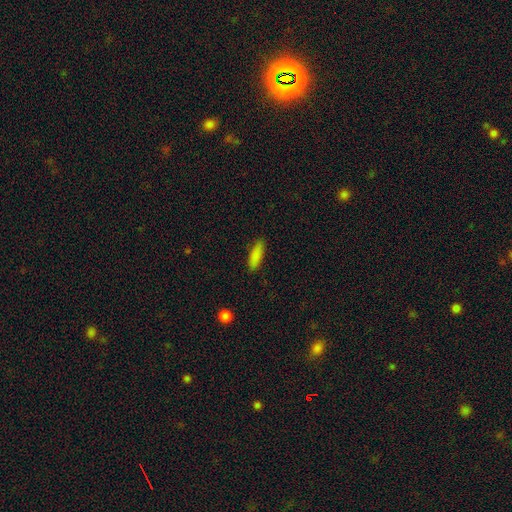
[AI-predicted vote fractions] Smooth or featured? smooth (86%)
How rounded? cigar-shaped (51%)
Merging? none (87%)